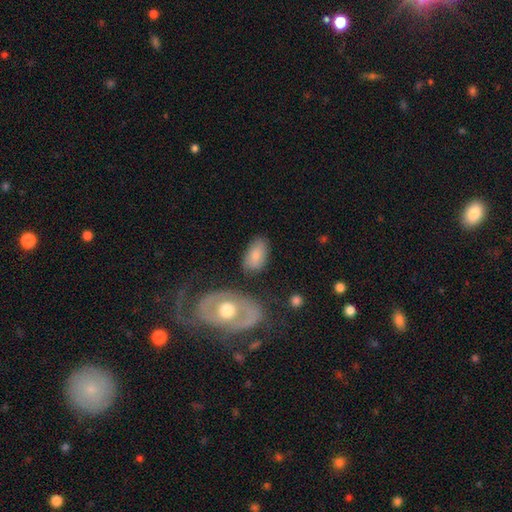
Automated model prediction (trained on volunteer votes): smooth_or_featured: smooth (p=0.77) [alt: featured or disk p=0.16]
how_rounded: in between (p=0.93) [alt: round p=0.06]
merging: none (p=0.73) [alt: minor disturbance p=0.16]